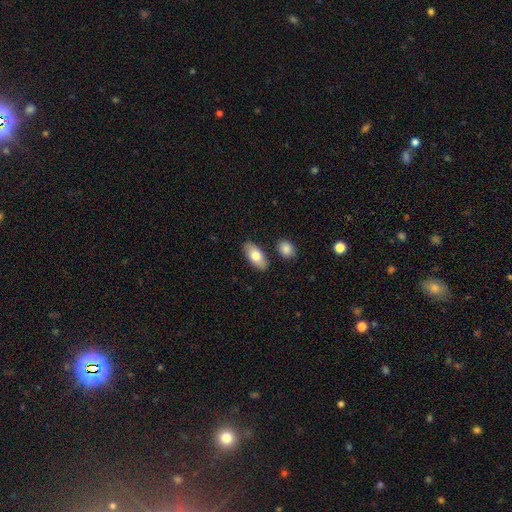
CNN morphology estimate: Smooth or featured? Predicted: smooth (p=0.78). How rounded? Predicted: in between (p=0.90). Merging? Predicted: none (p=0.85).